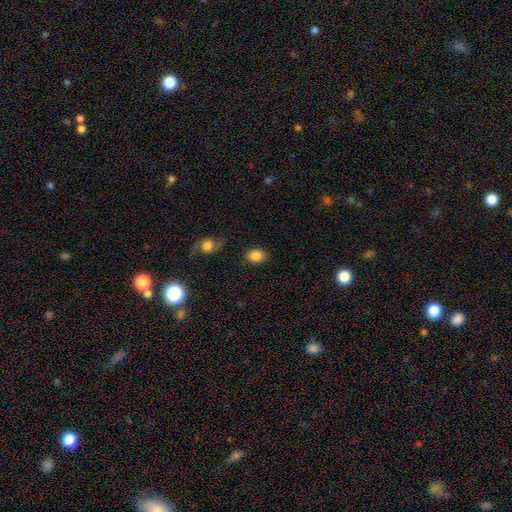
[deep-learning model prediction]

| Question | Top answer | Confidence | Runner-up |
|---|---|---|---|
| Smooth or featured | smooth | 84% | featured or disk (8%) |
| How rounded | in between | 66% | round (33%) |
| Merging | none | 78% | minor disturbance (15%) |